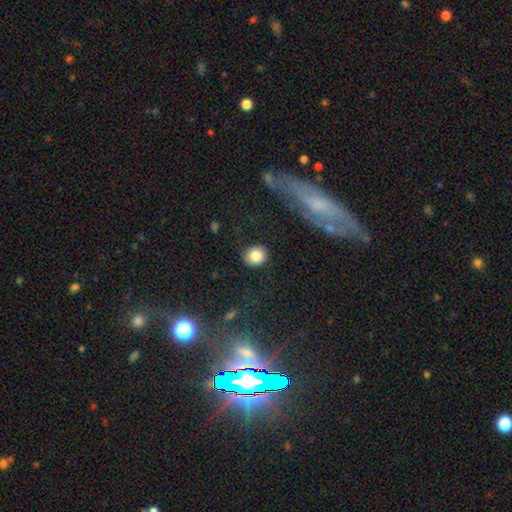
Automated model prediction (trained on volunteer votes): The model was most divided on "how rounded": round: 83%, in between: 16%, cigar-shaped: 1%. More confident: merging — none (86%); smooth or featured — smooth (84%).